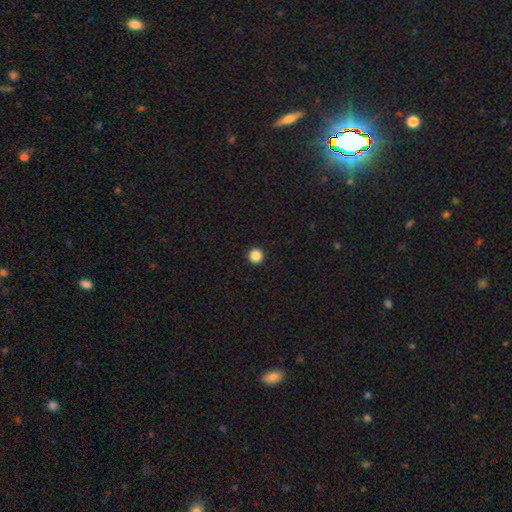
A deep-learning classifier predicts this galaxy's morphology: Smooth or featured: smooth — 87% (star or artifact — 11%)
How rounded: round — 97% (in between — 2%)
Merging: none — 94% (minor disturbance — 3%)